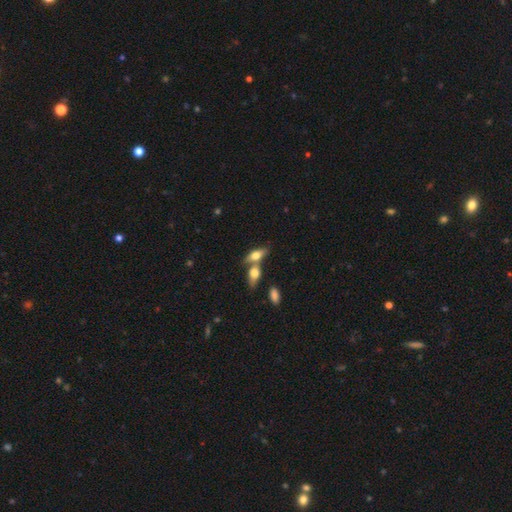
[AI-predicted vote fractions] This is likely a smooth galaxy (60%). How rounded: likely in between (70%). Merging: possibly none (45%).